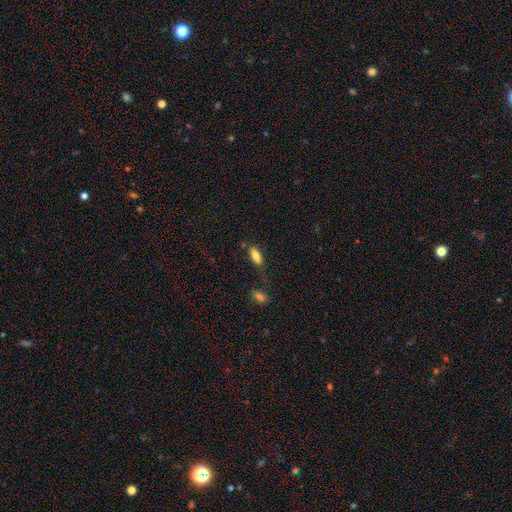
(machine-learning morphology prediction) Smooth or featured: smooth — 80% (featured or disk — 11%)
How rounded: in between — 82% (cigar-shaped — 16%)
Merging: none — 59% (minor disturbance — 22%)